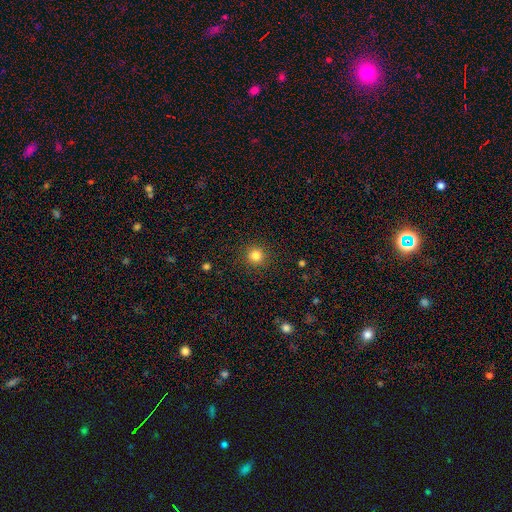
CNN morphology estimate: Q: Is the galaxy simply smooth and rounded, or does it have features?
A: smooth — 83%.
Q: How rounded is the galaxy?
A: round — 93%.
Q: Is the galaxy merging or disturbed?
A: none — 91%.